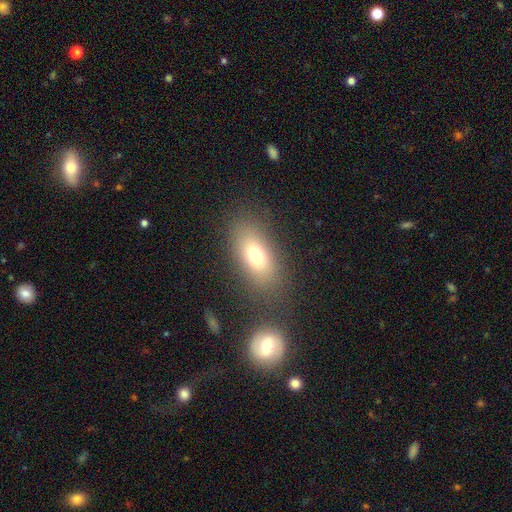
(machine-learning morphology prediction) smooth_or_featured: smooth (p=0.72) [alt: featured or disk p=0.16]
how_rounded: in between (p=0.83) [alt: round p=0.11]
merging: none (p=0.78) [alt: minor disturbance p=0.11]